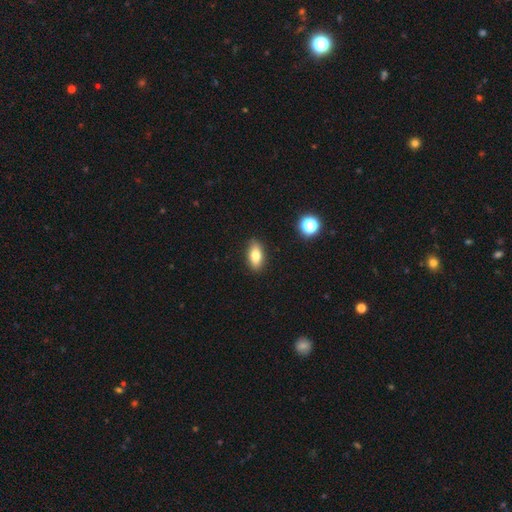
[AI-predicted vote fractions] Smooth or featured? Predicted: smooth (p=0.79). How rounded? Predicted: in between (p=0.86). Merging? Predicted: none (p=0.87).